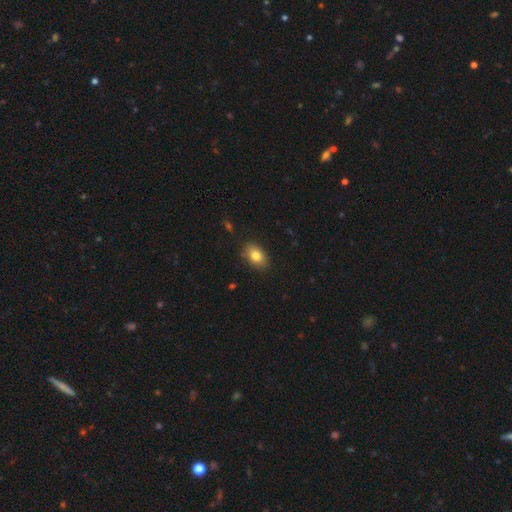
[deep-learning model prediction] Smooth or featured? smooth (81%)
How rounded? in between (86%)
Merging? none (86%)